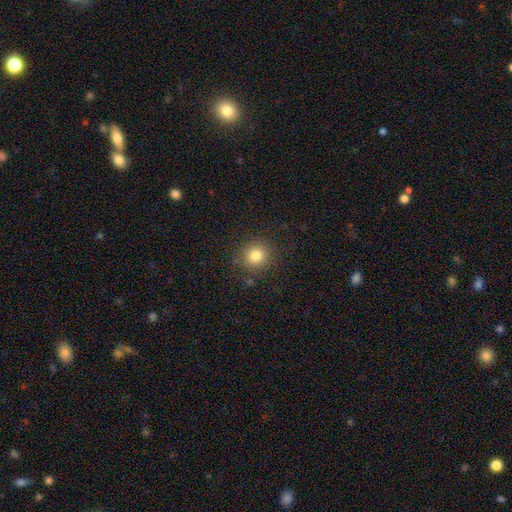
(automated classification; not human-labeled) Smooth or featured? smooth (82%)
How rounded? round (88%)
Merging? none (86%)